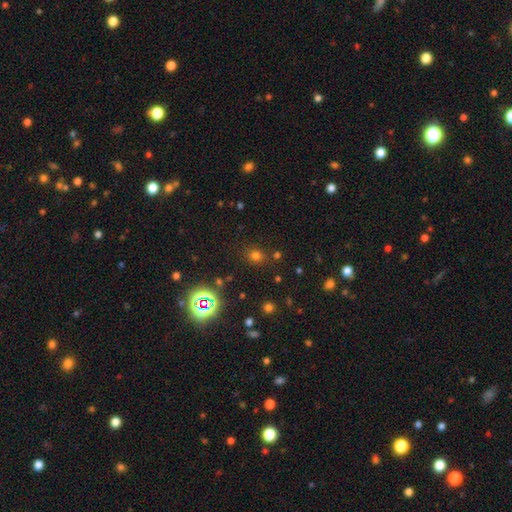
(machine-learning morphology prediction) Smooth or featured: smooth — 65% (star or artifact — 28%)
How rounded: round — 72% (in between — 27%)
Merging: none — 81% (minor disturbance — 10%)